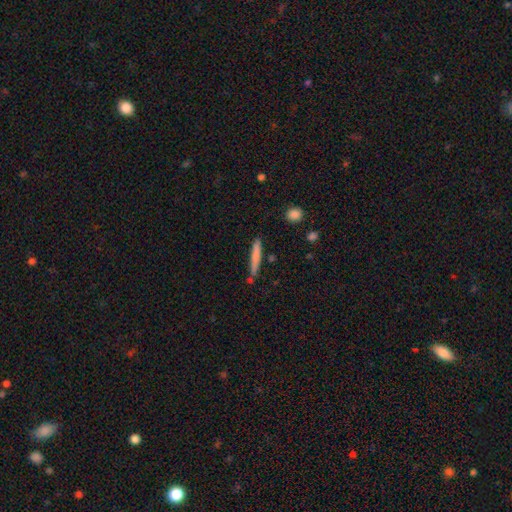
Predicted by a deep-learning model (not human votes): smooth_or_featured: smooth (p=0.72) [alt: featured or disk p=0.22]
how_rounded: cigar-shaped (p=0.94) [alt: in between p=0.04]
merging: none (p=0.79) [alt: minor disturbance p=0.13]